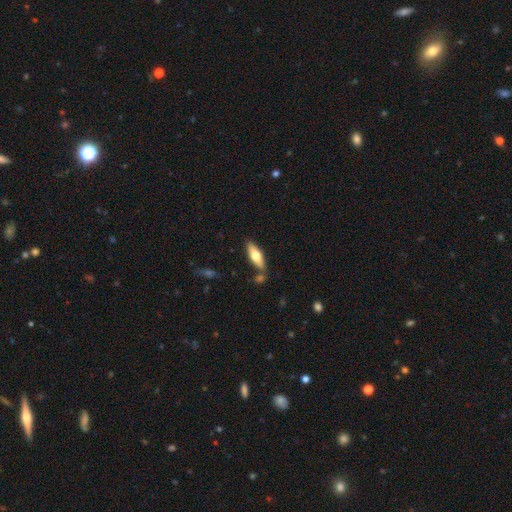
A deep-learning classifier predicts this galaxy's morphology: The model was most divided on "how rounded": in between: 55%, cigar-shaped: 43%, round: 2%. More confident: merging — none (78%); smooth or featured — smooth (60%).